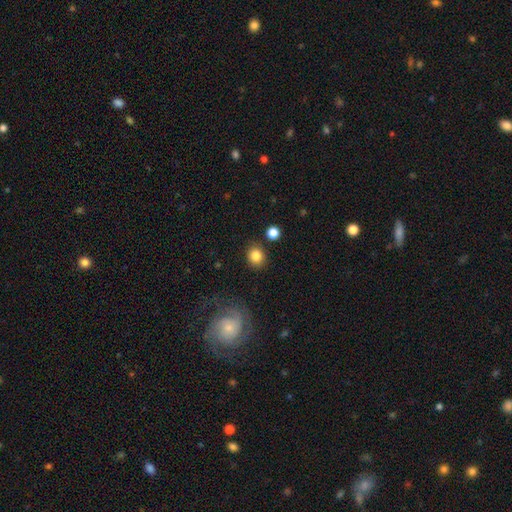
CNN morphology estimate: Smooth or featured?
  - smooth: 84% *
  - star or artifact: 9%
  - featured or disk: 6%
How rounded?
  - round: 75% *
  - in between: 24%
  - cigar-shaped: 1%
Merging?
  - none: 84% *
  - minor disturbance: 9%
  - merger: 4%
  - major disturbance: 3%